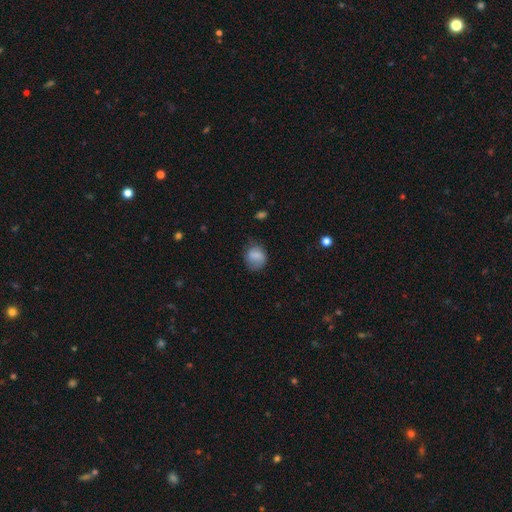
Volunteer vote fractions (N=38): Smooth or featured?
  - smooth: 74% *
  - featured or disk: 18%
  - star or artifact: 8%
How rounded?
  - round: 89% *
  - in between: 11%
  - cigar-shaped: 0%
Merging?
  - none: 77% *
  - minor disturbance: 20%
  - major disturbance: 3%
  - merger: 0%